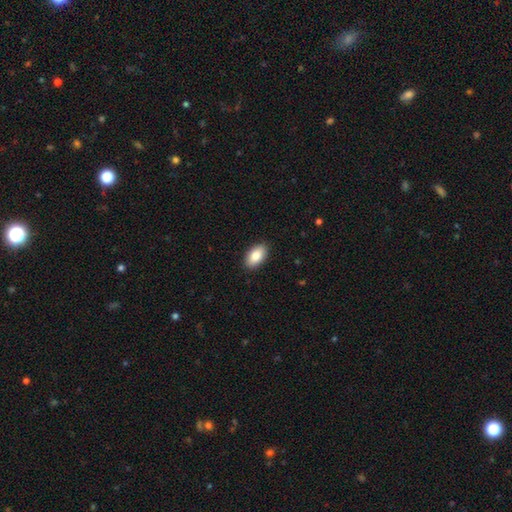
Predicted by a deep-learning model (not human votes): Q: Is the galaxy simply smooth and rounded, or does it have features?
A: smooth — 86%.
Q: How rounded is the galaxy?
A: in between — 94%.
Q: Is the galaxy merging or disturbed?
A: none — 90%.